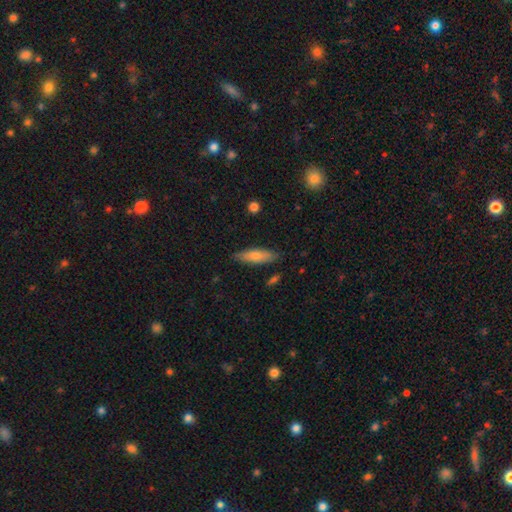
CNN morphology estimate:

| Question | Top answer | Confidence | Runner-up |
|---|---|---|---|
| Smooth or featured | smooth | 70% | featured or disk (23%) |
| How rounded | cigar-shaped | 57% | in between (41%) |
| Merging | none | 85% | minor disturbance (12%) |